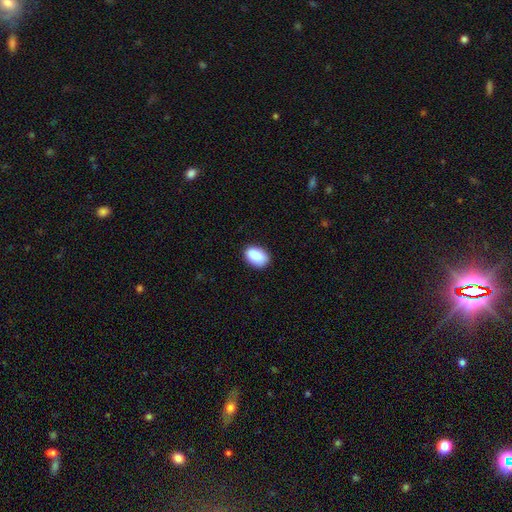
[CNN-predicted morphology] Smooth or featured: smooth — 90% (star or artifact — 7%)
How rounded: in between — 88% (round — 11%)
Merging: none — 86% (minor disturbance — 11%)